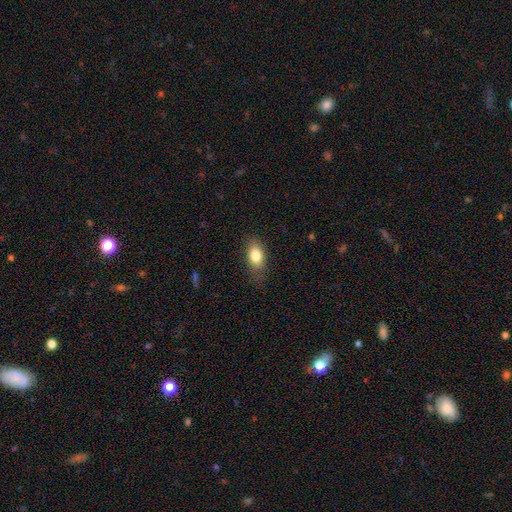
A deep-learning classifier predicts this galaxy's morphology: smooth-or-featured: smooth: 81% | featured or disk: 11% | star or artifact: 8%
  how-rounded: in between: 87% | round: 8% | cigar-shaped: 5%
  merging: none: 73% | minor disturbance: 20% | major disturbance: 6% | merger: 1%